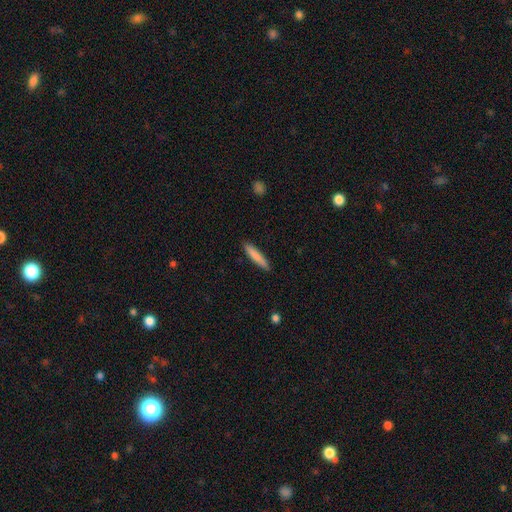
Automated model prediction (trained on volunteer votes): Q: Smooth or featured?
A: smooth (84%); runner-up: featured or disk (11%)
Q: How rounded?
A: cigar-shaped (89%); runner-up: in between (10%)
Q: Merging?
A: none (89%); runner-up: minor disturbance (8%)